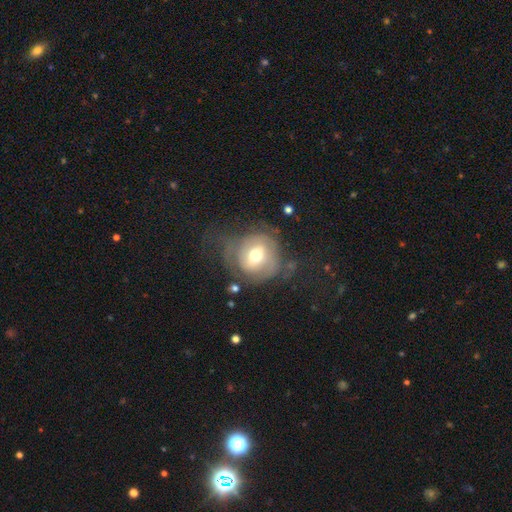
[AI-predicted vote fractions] Overall: featured or disk (50%; smooth 42%). Merging: none (44%; major disturbance 30%).